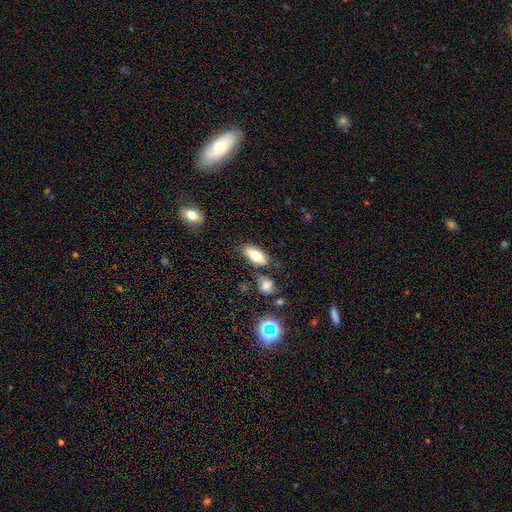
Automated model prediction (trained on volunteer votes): Q: Smooth or featured?
A: smooth (72%); runner-up: featured or disk (19%)
Q: How rounded?
A: in between (82%); runner-up: cigar-shaped (15%)
Q: Merging?
A: none (76%); runner-up: minor disturbance (14%)